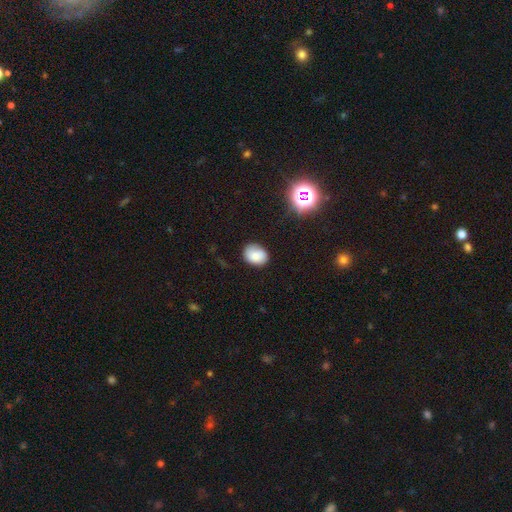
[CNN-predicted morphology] type=smooth (81%); roundness=in between (63%); merging=none (75%).